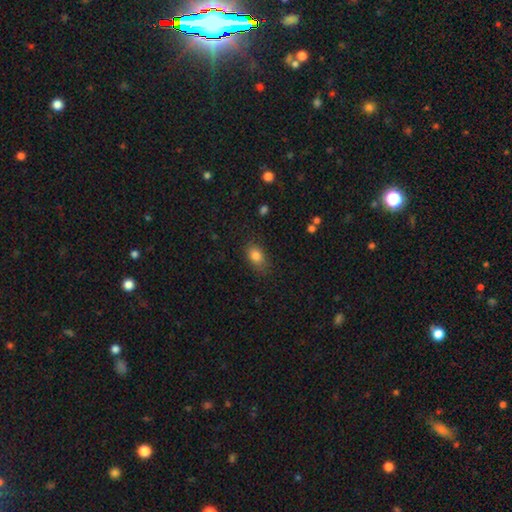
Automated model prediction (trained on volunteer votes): Overall: smooth (83%). How rounded: in between (80%). Merging: none (74%).